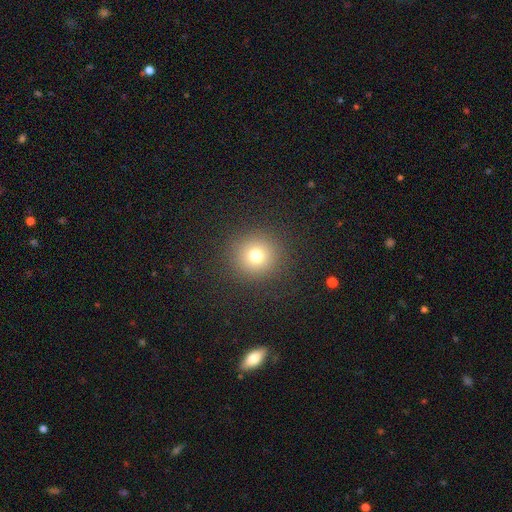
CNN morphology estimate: Smooth or featured? smooth (74%)
How rounded? round (94%)
Merging? none (90%)